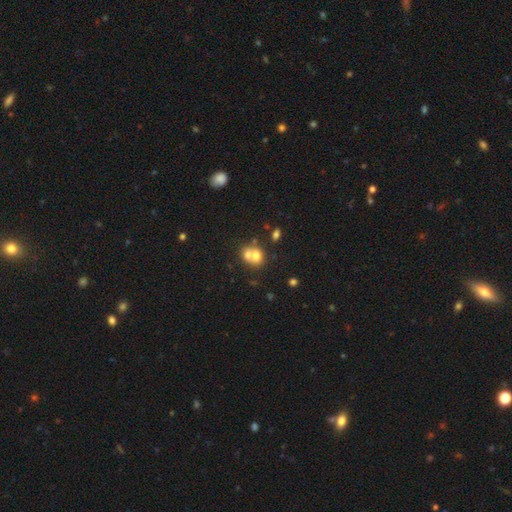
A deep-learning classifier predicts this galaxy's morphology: smooth_or_featured: smooth (p=0.65) [alt: featured or disk p=0.24]
how_rounded: round (p=0.66) [alt: in between p=0.33]
merging: merger (p=0.63) [alt: none p=0.27]